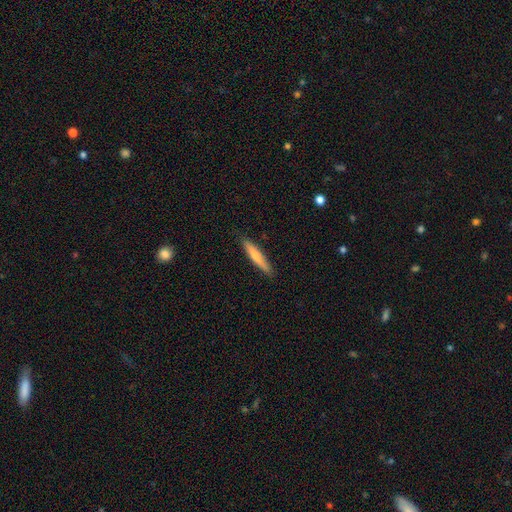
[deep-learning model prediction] Q: Smooth or featured?
A: smooth (67%); runner-up: featured or disk (27%)
Q: How rounded?
A: cigar-shaped (91%); runner-up: in between (7%)
Q: Merging?
A: none (89%); runner-up: minor disturbance (8%)